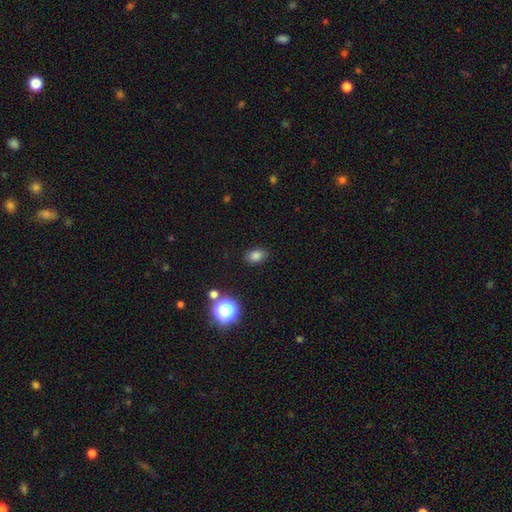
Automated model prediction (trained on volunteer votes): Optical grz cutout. It shows a smooth galaxy with no disk features (81%) that is in between round and cigar-shaped (76%). Merging: none (86%).